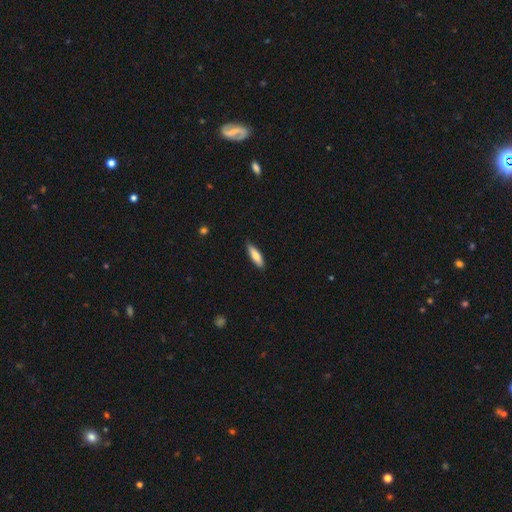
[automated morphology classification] The model was most divided on "how rounded": cigar-shaped: 62%, in between: 37%, round: 2%. More confident: merging — none (86%); smooth or featured — smooth (75%).